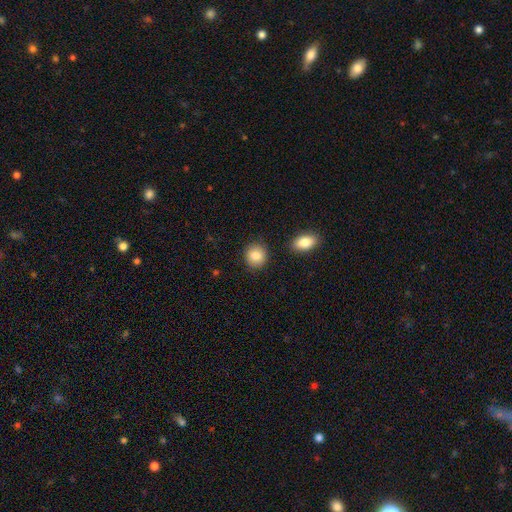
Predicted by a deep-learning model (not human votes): Morphology: type=smooth (85%); roundness=round (82%); merging=none (86%).